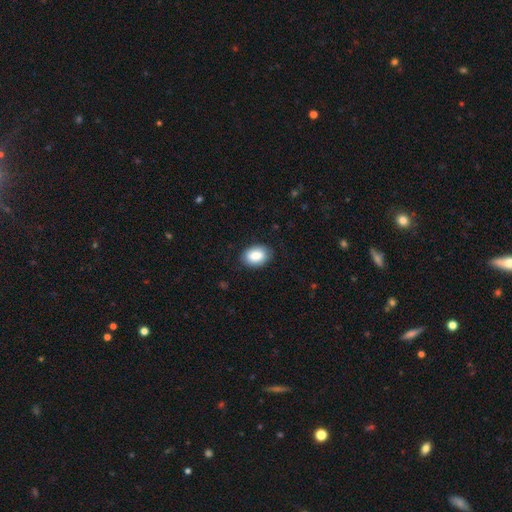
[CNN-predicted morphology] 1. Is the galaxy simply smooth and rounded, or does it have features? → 86% smooth, 7% star or artifact, 7% featured or disk.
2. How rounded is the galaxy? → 84% in between, 15% round, 1% cigar-shaped.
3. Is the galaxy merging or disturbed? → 84% none, 13% minor disturbance, 3% major disturbance, 1% merger.